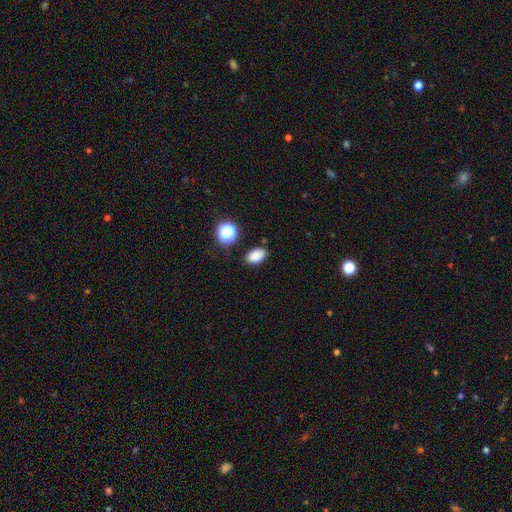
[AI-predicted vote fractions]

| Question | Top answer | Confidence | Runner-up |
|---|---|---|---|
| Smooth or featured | smooth | 85% | star or artifact (11%) |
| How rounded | in between | 88% | round (10%) |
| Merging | none | 85% | minor disturbance (10%) |